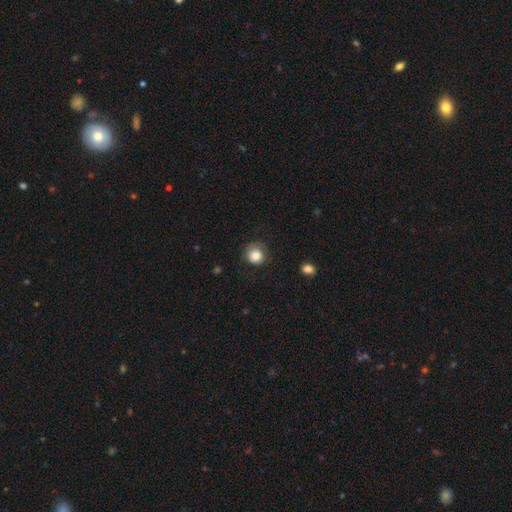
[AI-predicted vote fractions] Smooth or featured? smooth (83%)
How rounded? round (88%)
Merging? none (72%)